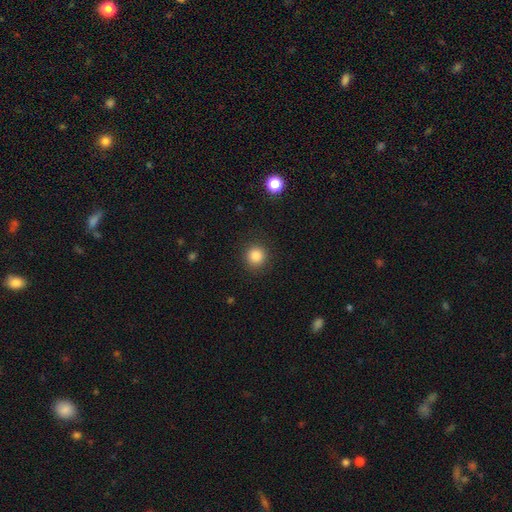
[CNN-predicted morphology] A smooth galaxy with no disk features (85%) that is round (92%).

Vote fractions:
- Smooth or featured? smooth: 85% / star or artifact: 11% / featured or disk: 4%
- How rounded? round: 92% / in between: 7% / cigar-shaped: 1%
- Merging? none: 90% / minor disturbance: 6% / major disturbance: 2% / merger: 1%